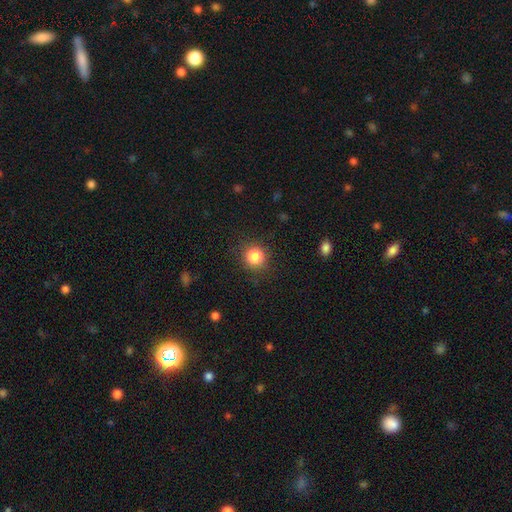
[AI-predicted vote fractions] This is clearly a smooth galaxy (84%). How rounded: clearly round (90%). Merging: clearly none (88%).